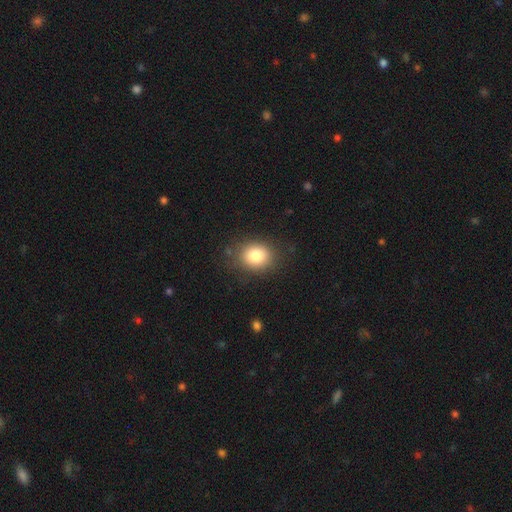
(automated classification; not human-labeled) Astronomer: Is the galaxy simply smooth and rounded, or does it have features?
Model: smooth — 82%.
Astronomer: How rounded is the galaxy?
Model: round — 58% (runner-up: in between, 41%).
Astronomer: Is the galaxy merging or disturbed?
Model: none — 83%.